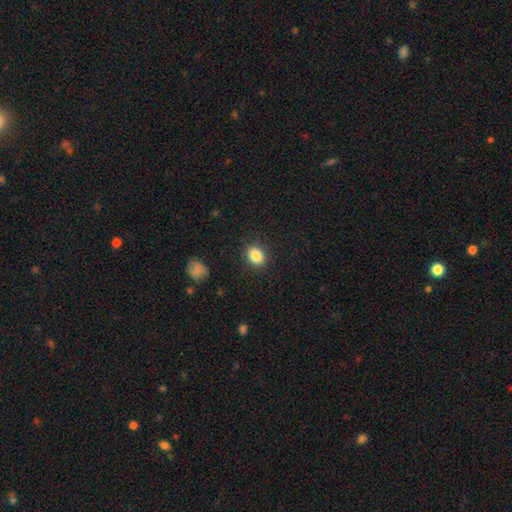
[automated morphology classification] A smooth galaxy with no disk features (85%) that is in between round and cigar-shaped (67%). Merging: none (88%).